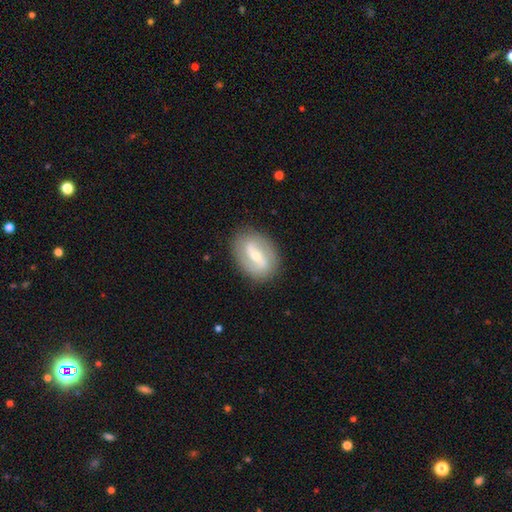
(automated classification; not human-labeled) Overall: featured or disk (75%). Edge-on disk: no (95%). Bar: strong (44%; weak 40%). Spiral arms: yes (80%). Spiral arm count: 2 (87%). Spiral winding: medium (39%; loose 37%). Bulge size: moderate (48%; small 47%). Merging: none (86%).